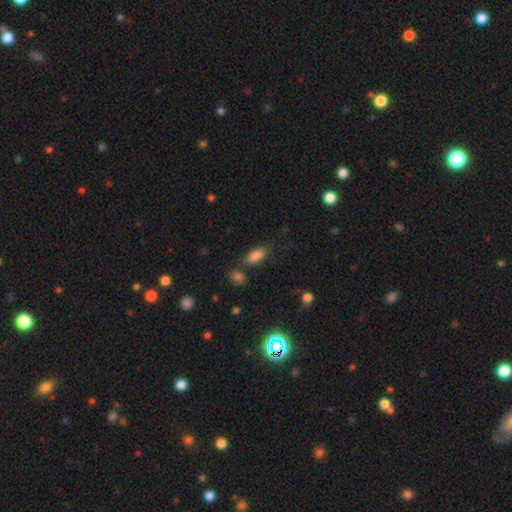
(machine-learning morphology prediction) A smooth galaxy with no disk features (82%) that is in between round and cigar-shaped (83%). Merging: none (68%).